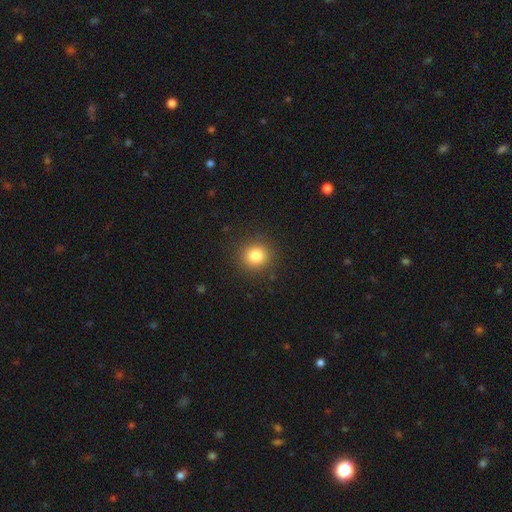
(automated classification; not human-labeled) This is clearly a smooth galaxy (82%). How rounded: clearly round (87%). Merging: clearly none (90%).